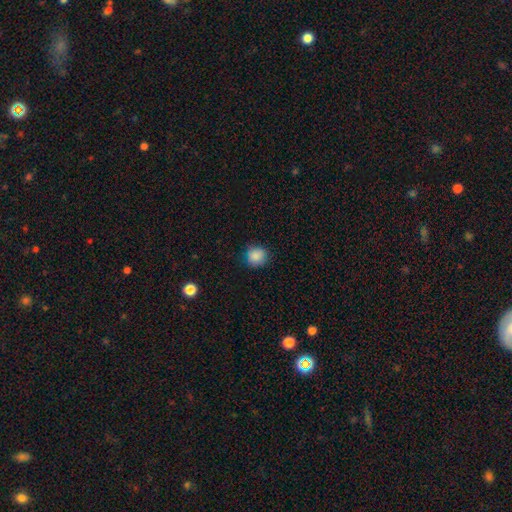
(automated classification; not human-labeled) This is clearly a smooth galaxy (87%). How rounded: clearly round (87%). Merging: clearly none (84%).